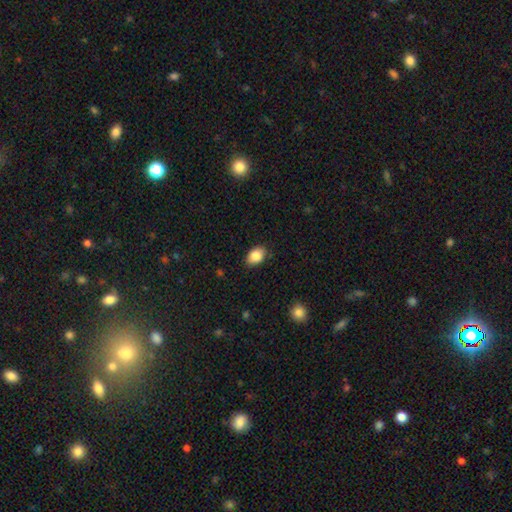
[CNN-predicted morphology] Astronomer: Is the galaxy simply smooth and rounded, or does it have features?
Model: smooth — 87%.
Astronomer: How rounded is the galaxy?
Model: in between — 83%.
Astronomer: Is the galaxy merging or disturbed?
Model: none — 85%.